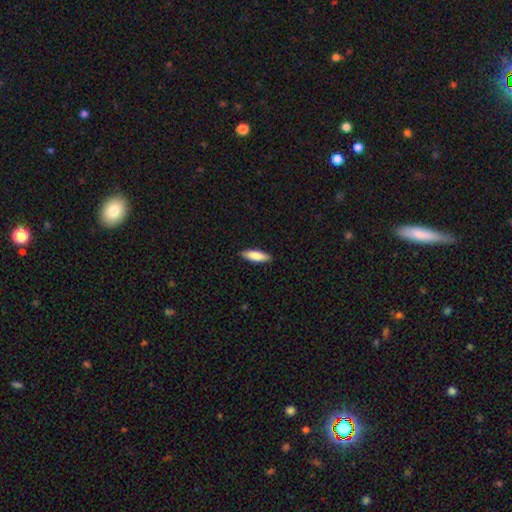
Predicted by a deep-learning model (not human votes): Smooth or featured? smooth (85%)
How rounded? in between (51%)
Merging? none (89%)